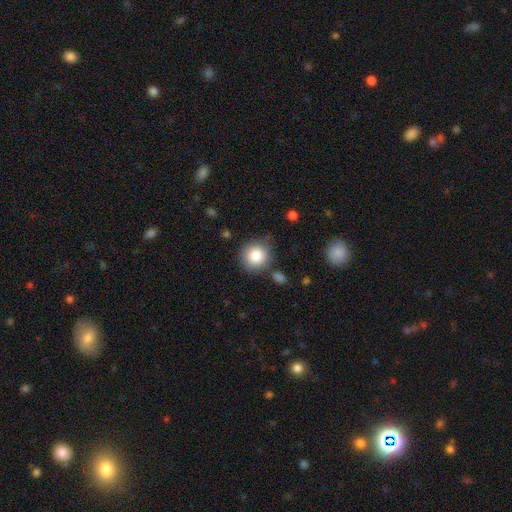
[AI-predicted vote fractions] Smooth or featured? smooth (85%)
How rounded? round (92%)
Merging? none (79%)